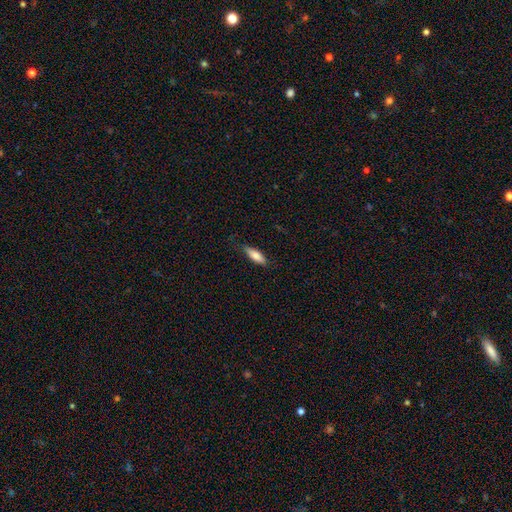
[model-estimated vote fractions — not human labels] smooth_or_featured: smooth (p=0.77) [alt: featured or disk p=0.17]
how_rounded: in between (p=0.50) [alt: cigar-shaped p=0.48]
merging: none (p=0.78) [alt: minor disturbance p=0.17]